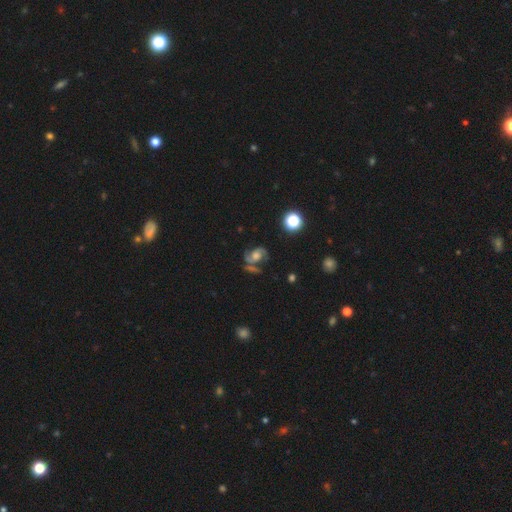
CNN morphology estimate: A featured or disk galaxy (74%) with no bar (63%), 2 (86%) medium (52%) spiral arms (92%) and a moderate central bulge (42%).

Vote fractions:
- Smooth or featured? featured or disk: 74% / smooth: 16% / star or artifact: 10%
- Edge-on disk? no: 97% / yes: 3%
- Bar? no: 63% / weak: 30% / strong: 7%
- Spiral arms? yes: 92% / no: 8%
- Spiral winding? medium: 52% / loose: 27% / tight: 20%
- Spiral arm count? 2: 86% / can't tell: 5% / 1: 3% / 3: 3% / 4: 1% / more than 4: 1%
- Bulge size? moderate: 42% / large: 30% / small: 17% / none: 8% / dominant: 4%
- Merging? none: 53% / minor disturbance: 18% / merger: 15% / major disturbance: 14%